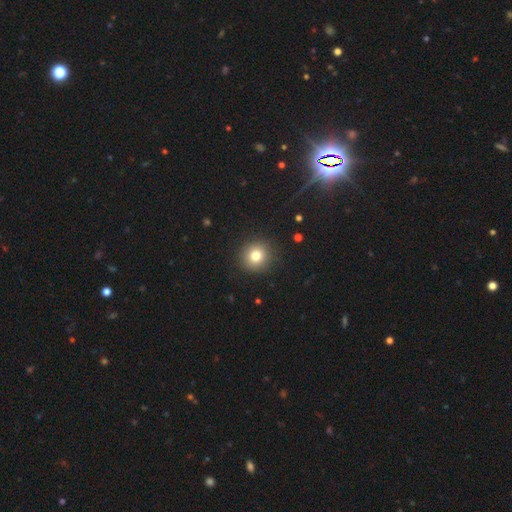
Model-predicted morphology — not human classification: This is likely a smooth galaxy (78%). How rounded: clearly round (92%). Merging: clearly none (91%).